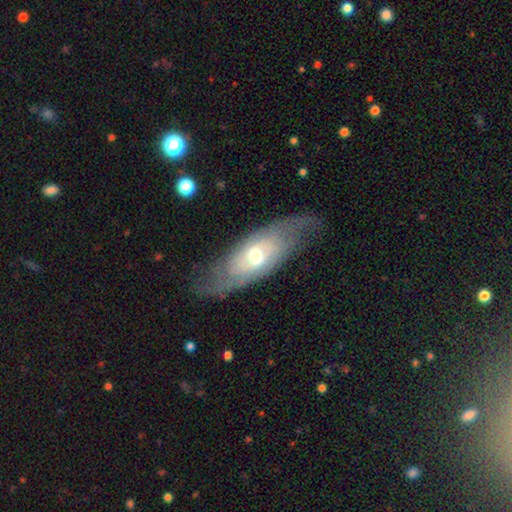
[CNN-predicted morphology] Q: Smooth or featured?
A: featured or disk (67%); runner-up: smooth (27%)
Q: Edge-on disk?
A: no (80%); runner-up: yes (20%)
Q: Bar?
A: no (58%); runner-up: weak (31%)
Q: Spiral arms?
A: yes (61%); runner-up: no (39%)
Q: Bulge size?
A: moderate (69%); runner-up: small (19%)
Q: Merging?
A: none (68%); runner-up: minor disturbance (18%)